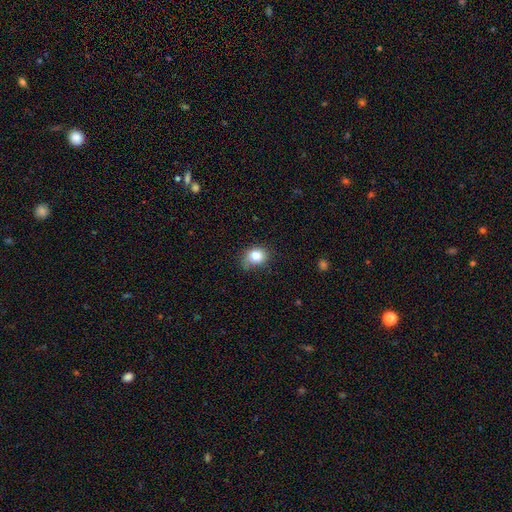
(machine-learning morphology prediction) A smooth galaxy with no disk features (81%) that is round (63%).

Vote fractions:
- Smooth or featured? smooth: 81% / star or artifact: 11% / featured or disk: 9%
- How rounded? round: 63% / in between: 36% / cigar-shaped: 1%
- Merging? none: 61% / minor disturbance: 30% / major disturbance: 7% / merger: 2%